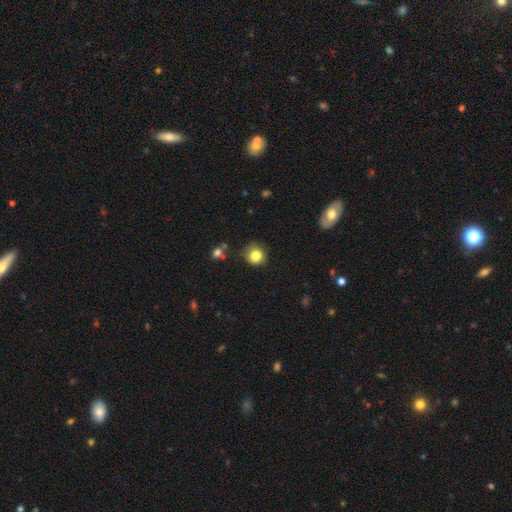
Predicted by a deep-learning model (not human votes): Smooth or featured: smooth — 83% (star or artifact — 11%)
How rounded: round — 87% (in between — 12%)
Merging: none — 77% (minor disturbance — 16%)